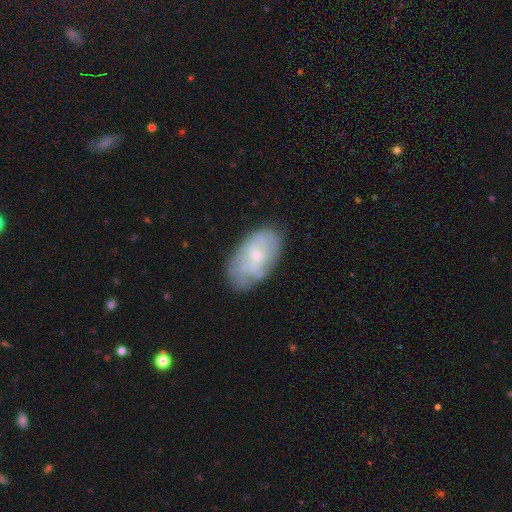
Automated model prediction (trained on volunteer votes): smooth-or-featured: smooth: 49% | featured or disk: 43% | star or artifact: 7%
  merging: none: 69% | minor disturbance: 22% | major disturbance: 7% | merger: 2%